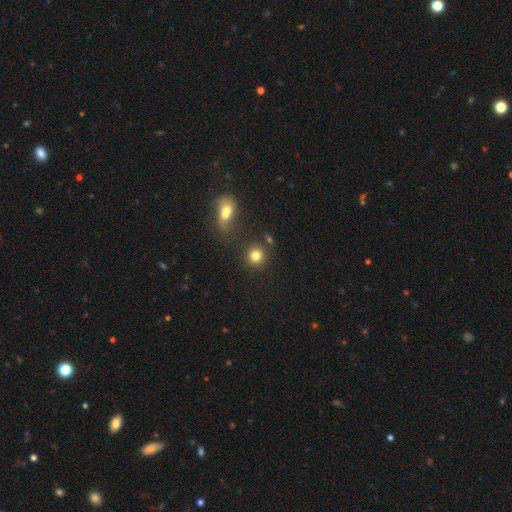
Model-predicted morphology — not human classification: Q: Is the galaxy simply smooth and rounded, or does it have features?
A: smooth — 81%.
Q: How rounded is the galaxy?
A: round — 89%.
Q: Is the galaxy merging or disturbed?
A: none — 77%.